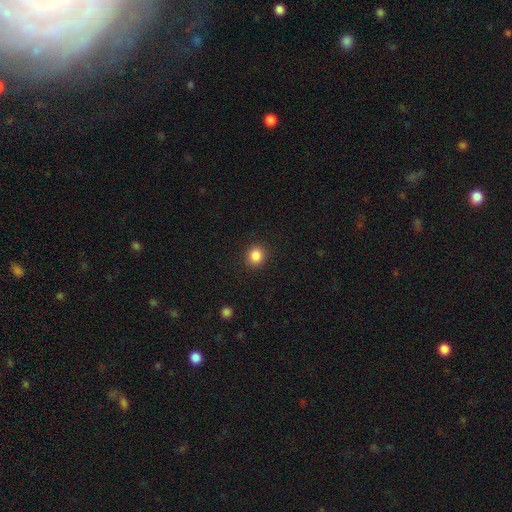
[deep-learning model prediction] This appears to be a smooth galaxy with no disk features (86%) that is round (82%). Merging: none (90%).